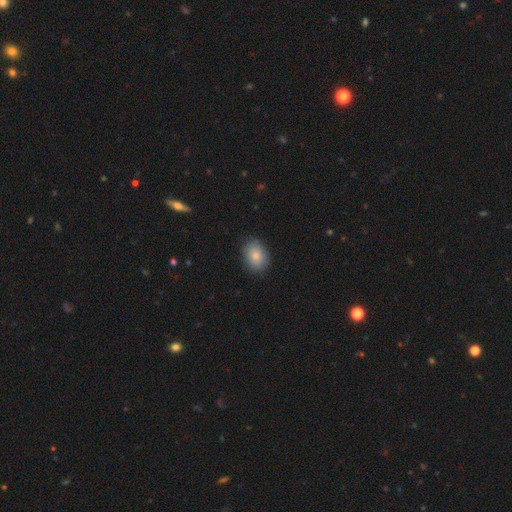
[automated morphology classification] The model was most divided on "how rounded": in between: 73%, round: 26%, cigar-shaped: 1%. More confident: merging — none (83%); smooth or featured — smooth (83%).